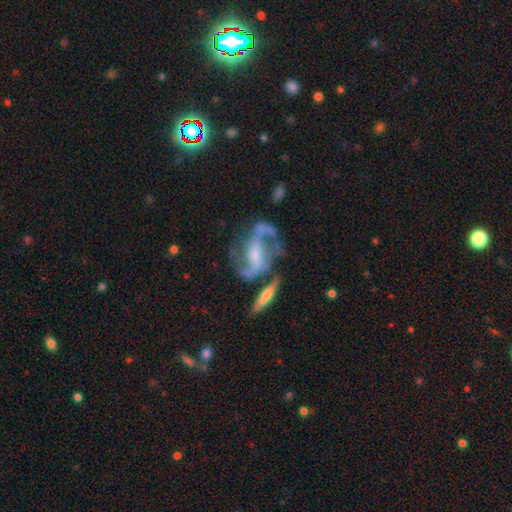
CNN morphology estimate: Smooth or featured? Predicted: featured or disk (p=0.87). Edge-on disk? Predicted: no (p=0.95). Bar? Predicted: weak (p=0.42). Spiral arms? Predicted: yes (p=0.95). Spiral winding? Predicted: medium (p=0.52). Spiral arm count? Predicted: 2 (p=0.77). Bulge size? Predicted: small (p=0.43). Merging? Predicted: none (p=0.53).